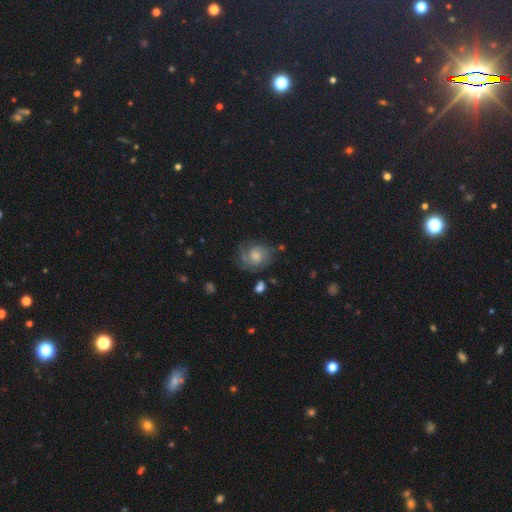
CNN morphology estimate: featured or disk 60%, smooth 30%, star or artifact 9%. Down the decision tree: edge-on disk — no (98%); bar — no (71%); spiral arms — yes (88%); spiral arm count — 2 (38%); spiral winding — tight (45%); bulge size — moderate (45%); merging — none (60%).